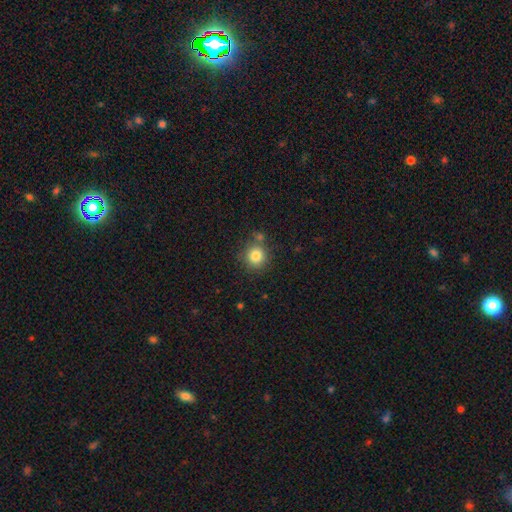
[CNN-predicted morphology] Smooth or featured: smooth — 82% (star or artifact — 11%)
How rounded: round — 90% (in between — 9%)
Merging: none — 77% (minor disturbance — 10%)